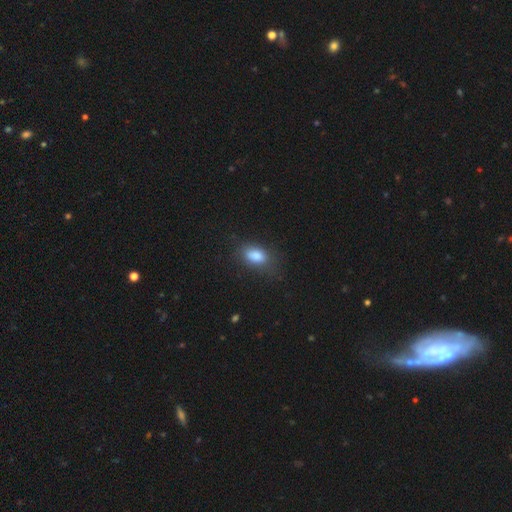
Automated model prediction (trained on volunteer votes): A smooth galaxy with no disk features (83%) that is in between round and cigar-shaped (87%). Merging: none (70%).